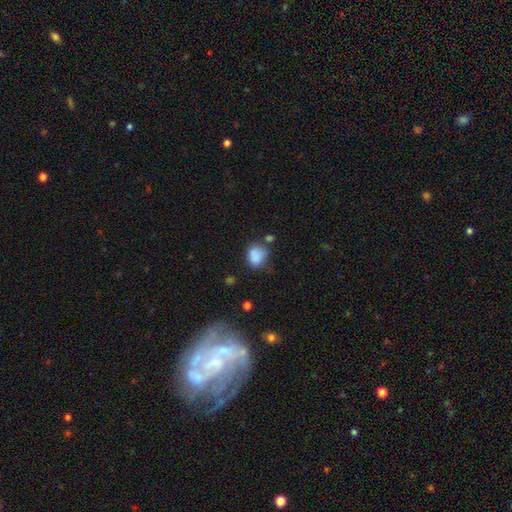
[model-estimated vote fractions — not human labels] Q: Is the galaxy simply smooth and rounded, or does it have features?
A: smooth — 82%.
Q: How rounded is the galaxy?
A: round — 51%.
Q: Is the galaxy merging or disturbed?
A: none — 51%.